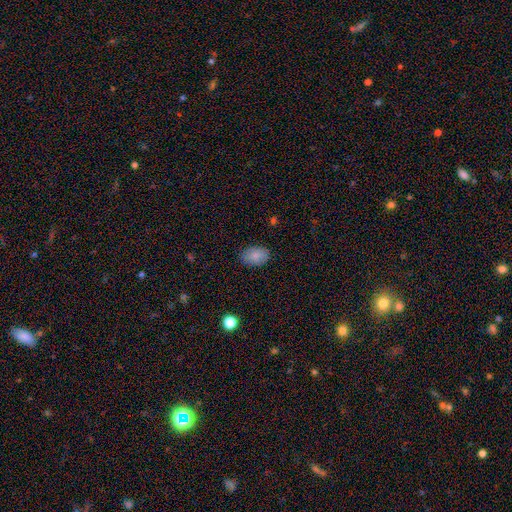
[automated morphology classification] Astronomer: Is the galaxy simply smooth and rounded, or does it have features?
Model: smooth — 85%.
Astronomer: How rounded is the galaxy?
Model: in between — 83%.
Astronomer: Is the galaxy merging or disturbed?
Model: none — 86%.